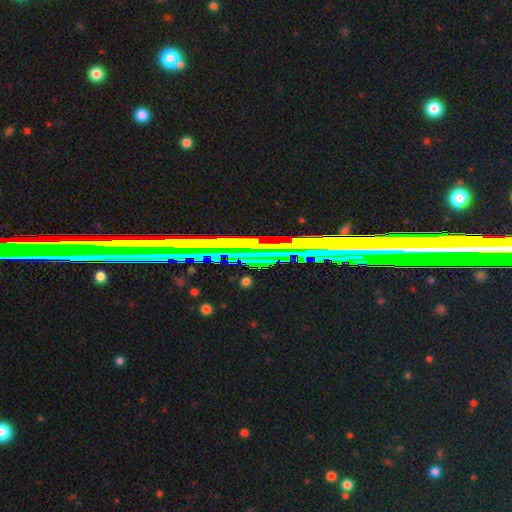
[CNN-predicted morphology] The model was most divided on "smooth or featured": star or artifact: 74%, featured or disk: 15%, smooth: 11%.